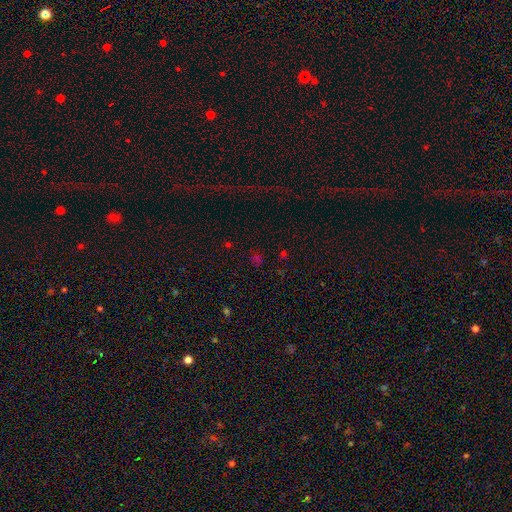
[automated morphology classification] A star or artifact, not a galaxy (47%).